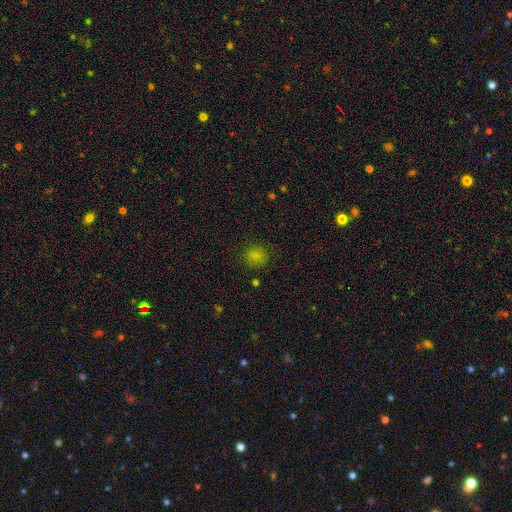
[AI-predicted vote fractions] Q: Smooth or featured?
A: smooth (80%); runner-up: star or artifact (16%)
Q: How rounded?
A: round (84%); runner-up: in between (15%)
Q: Merging?
A: none (86%); runner-up: minor disturbance (10%)